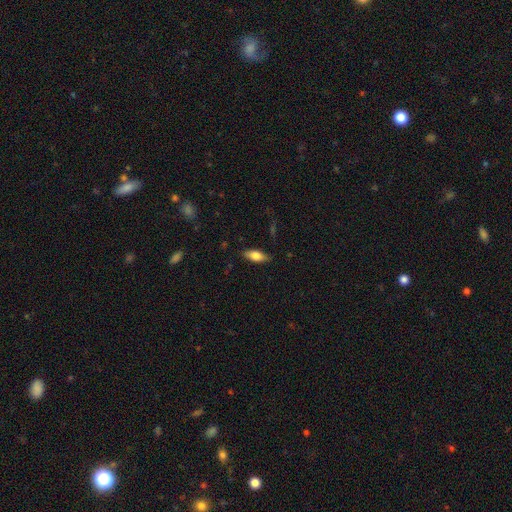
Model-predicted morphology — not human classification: smooth-or-featured: smooth: 72% | featured or disk: 21% | star or artifact: 7%
  how-rounded: in between: 75% | cigar-shaped: 22% | round: 3%
  merging: none: 84% | minor disturbance: 12% | major disturbance: 3% | merger: 1%